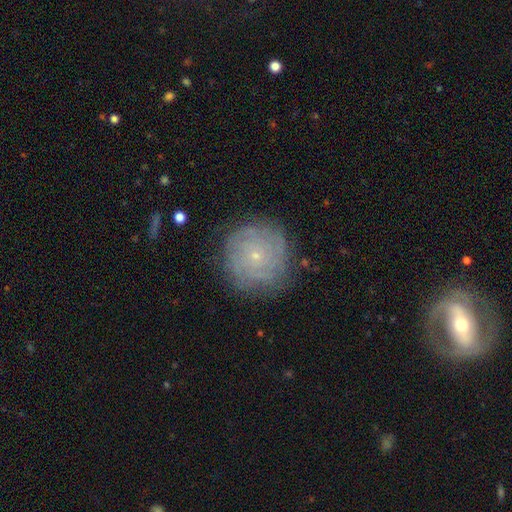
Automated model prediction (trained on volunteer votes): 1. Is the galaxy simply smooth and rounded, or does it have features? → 61% featured or disk, 28% smooth, 11% star or artifact.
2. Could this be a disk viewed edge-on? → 97% no, 3% yes.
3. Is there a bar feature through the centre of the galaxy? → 87% no, 10% weak, 2% strong.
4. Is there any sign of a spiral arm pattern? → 84% yes, 16% no.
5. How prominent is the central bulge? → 86% small, 10% moderate, 2% none, 1% large, 1% dominant.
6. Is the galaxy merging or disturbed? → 83% none, 12% minor disturbance, 4% major disturbance, 1% merger.